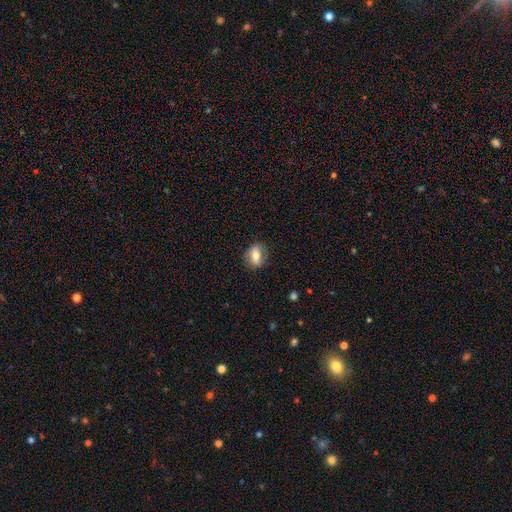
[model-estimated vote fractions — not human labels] This is likely a smooth galaxy (62%). How rounded: likely in between (67%). Merging: clearly none (81%).